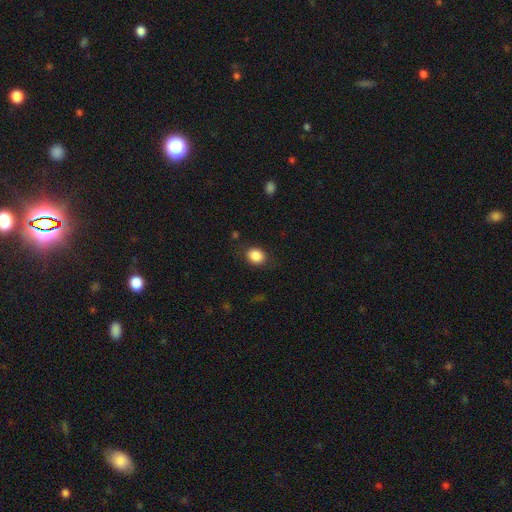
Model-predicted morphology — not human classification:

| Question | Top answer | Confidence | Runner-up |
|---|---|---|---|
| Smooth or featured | smooth | 86% | star or artifact (9%) |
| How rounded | round | 54% | in between (45%) |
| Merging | none | 82% | minor disturbance (12%) |